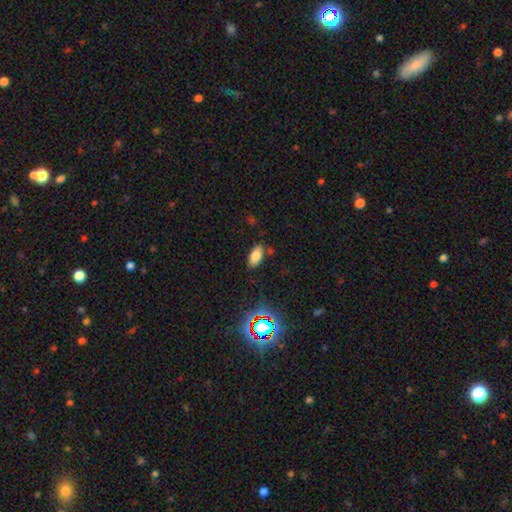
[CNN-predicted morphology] type=smooth (77%); roundness=in between (91%); merging=none (82%).